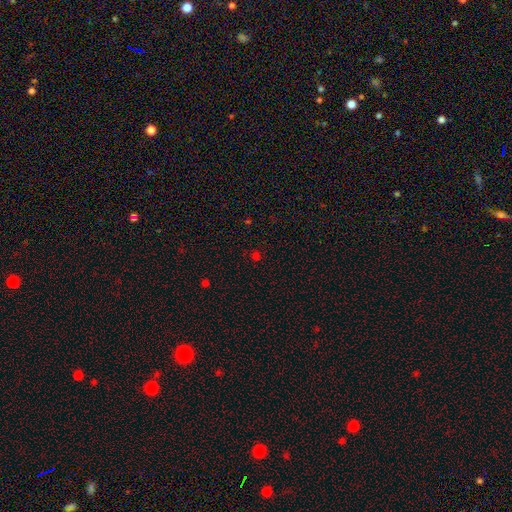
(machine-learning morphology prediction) Smooth or featured? smooth (52%)
How rounded? round (85%)
Merging? none (82%)